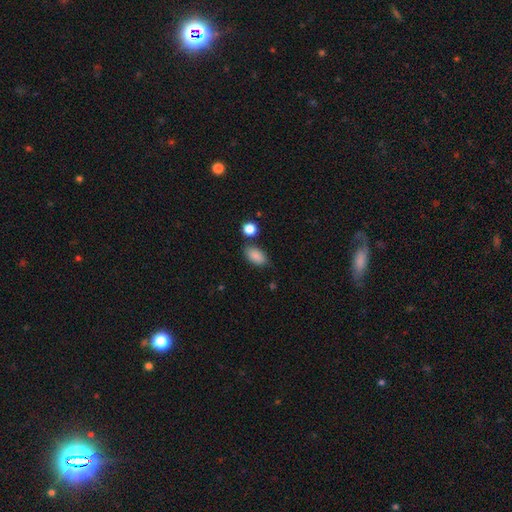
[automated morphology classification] smooth-or-featured: smooth: 87% | star or artifact: 8% | featured or disk: 5%
  how-rounded: in between: 91% | round: 6% | cigar-shaped: 3%
  merging: none: 74% | minor disturbance: 15% | merger: 7% | major disturbance: 4%